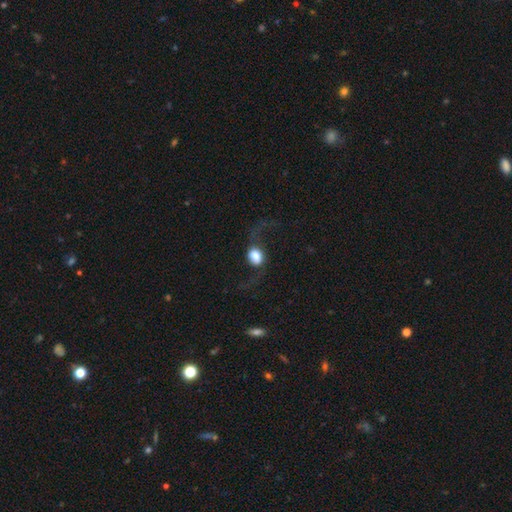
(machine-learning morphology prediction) The model was most divided on "smooth or featured": smooth: 48%, featured or disk: 43%, star or artifact: 9%. More confident: merging — none (54%).